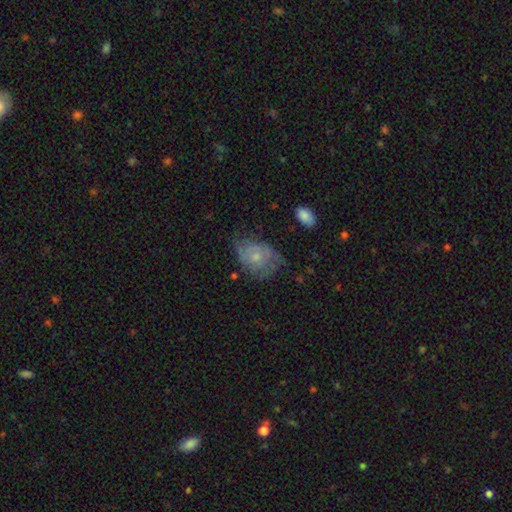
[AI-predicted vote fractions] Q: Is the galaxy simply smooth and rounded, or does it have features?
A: featured or disk — 49%.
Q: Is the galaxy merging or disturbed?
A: none — 44%.